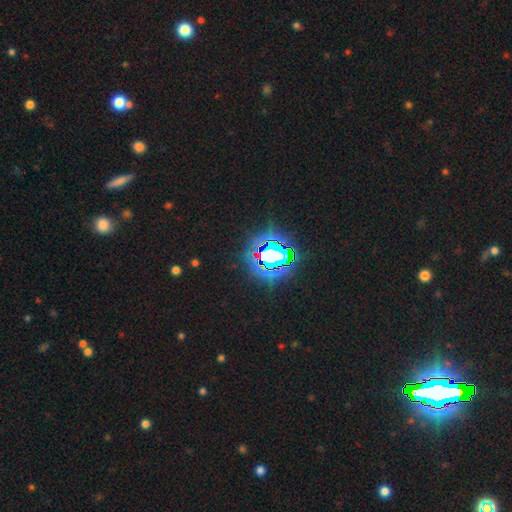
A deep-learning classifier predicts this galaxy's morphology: type=star or artifact (84%).